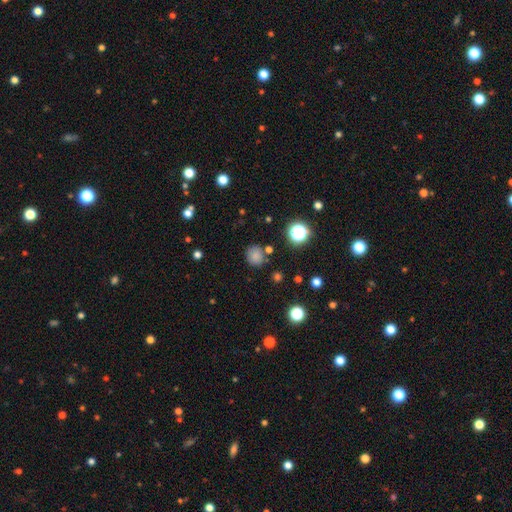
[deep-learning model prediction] Q: Smooth or featured?
A: smooth (76%); runner-up: star or artifact (18%)
Q: How rounded?
A: round (83%); runner-up: in between (16%)
Q: Merging?
A: none (79%); runner-up: minor disturbance (13%)